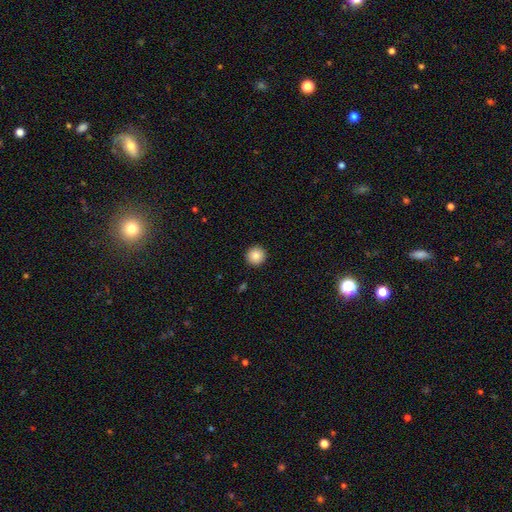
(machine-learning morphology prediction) This is clearly a smooth galaxy (86%). How rounded: clearly round (95%). Merging: clearly none (93%).